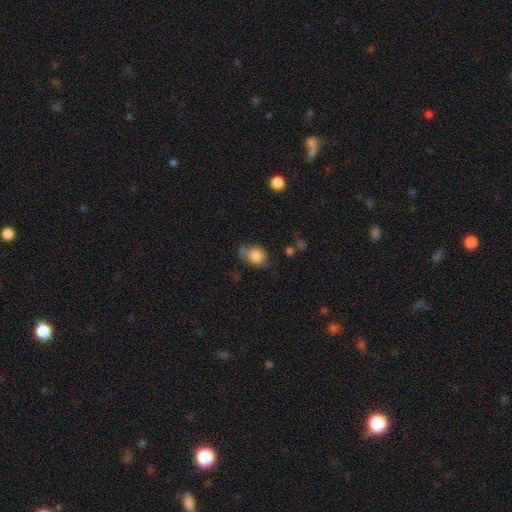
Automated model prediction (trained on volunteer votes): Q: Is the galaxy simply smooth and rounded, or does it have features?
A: smooth — 83%.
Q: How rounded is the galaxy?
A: round — 69%.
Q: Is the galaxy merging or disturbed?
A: none — 53%.